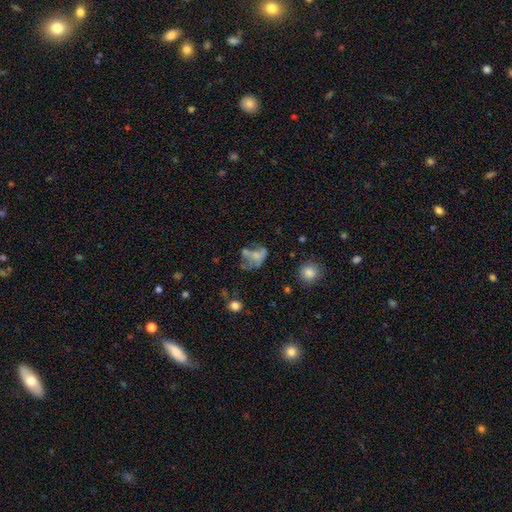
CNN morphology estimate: The model was most divided on "merging": major disturbance: 34%, none: 25%, merger: 22%, minor disturbance: 19%. Remaining: smooth or featured — smooth (47%).